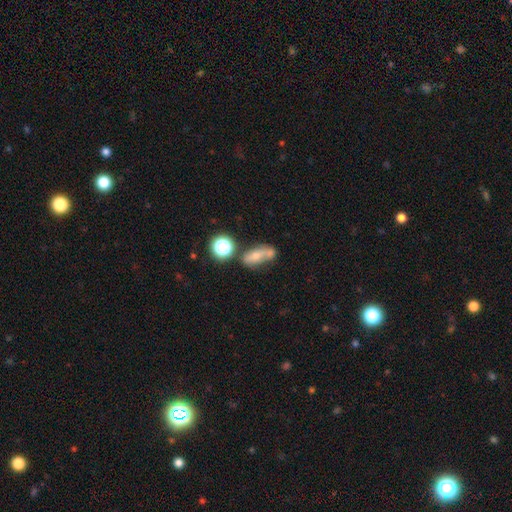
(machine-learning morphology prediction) Smooth or featured? smooth (58%)
How rounded? in between (65%)
Merging? merger (37%)